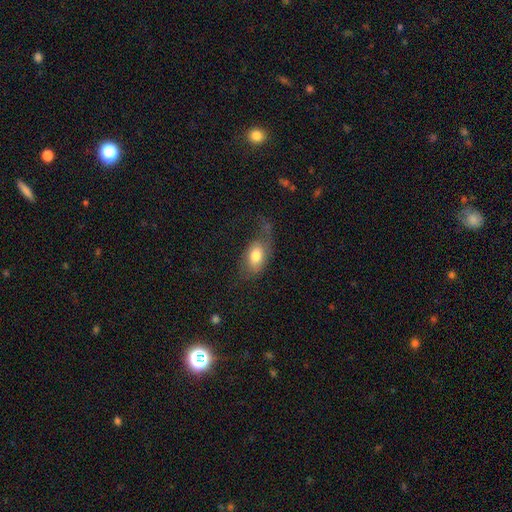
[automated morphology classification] smooth-or-featured: smooth: 65% | featured or disk: 28% | star or artifact: 7%
  how-rounded: in between: 89% | round: 8% | cigar-shaped: 3%
  merging: none: 37% | major disturbance: 36% | minor disturbance: 25% | merger: 3%